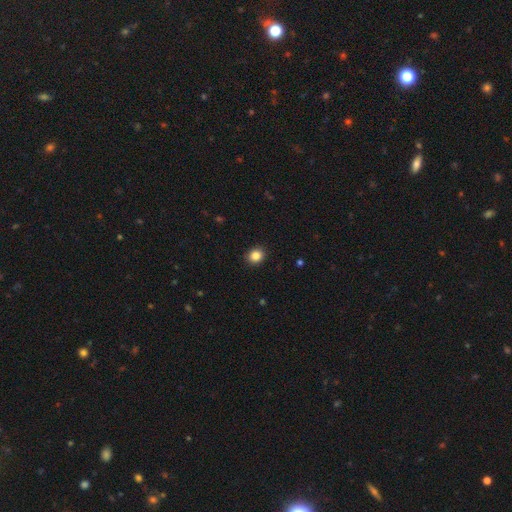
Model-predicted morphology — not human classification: A smooth galaxy with no disk features (85%) that is round (71%). Merging: none (91%).